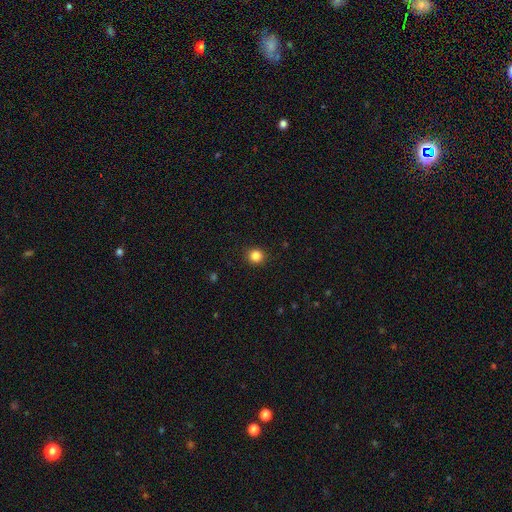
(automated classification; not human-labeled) smooth-or-featured: smooth: 85% | star or artifact: 11% | featured or disk: 4%
  how-rounded: round: 90% | in between: 9% | cigar-shaped: 1%
  merging: none: 92% | minor disturbance: 6% | major disturbance: 2% | merger: 1%